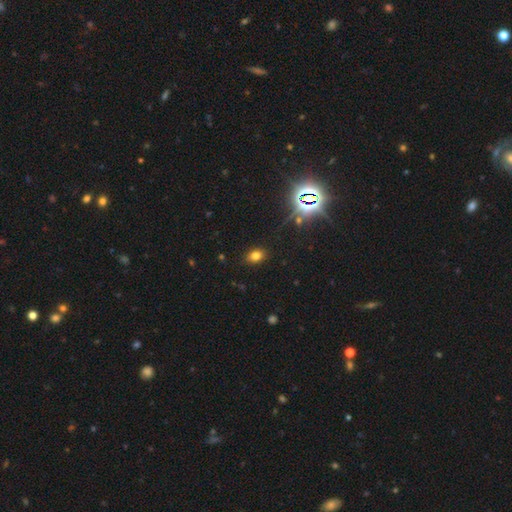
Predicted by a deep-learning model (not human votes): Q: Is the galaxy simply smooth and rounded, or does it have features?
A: smooth — 72%.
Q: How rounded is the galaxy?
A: in between — 68%.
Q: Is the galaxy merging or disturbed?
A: none — 87%.